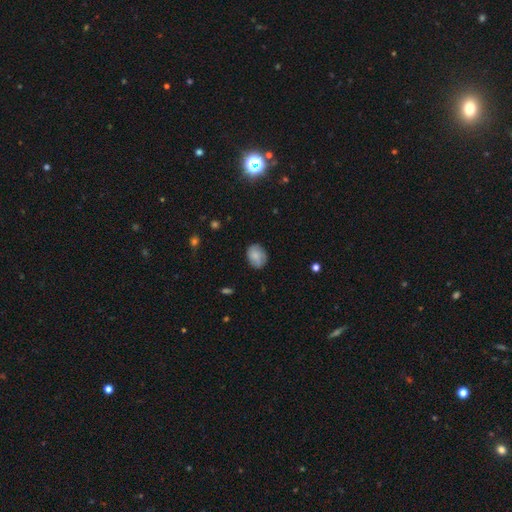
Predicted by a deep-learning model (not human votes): smooth 77%, featured or disk 16%, star or artifact 7%. Down the decision tree: how rounded — in between (56%); merging — none (76%).